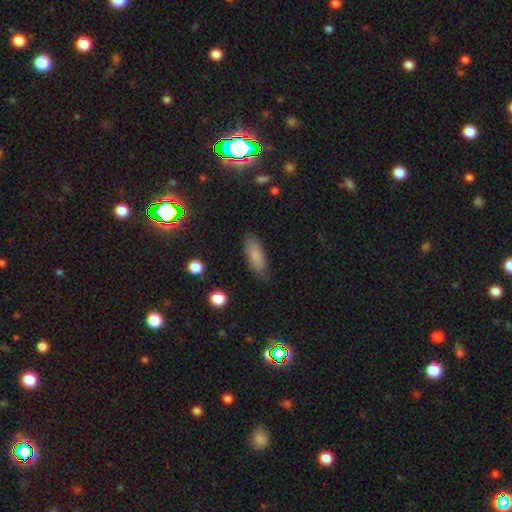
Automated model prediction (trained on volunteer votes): The model was most divided on "how rounded": in between: 71%, cigar-shaped: 27%, round: 2%. More confident: smooth or featured — smooth (81%); merging — none (81%).